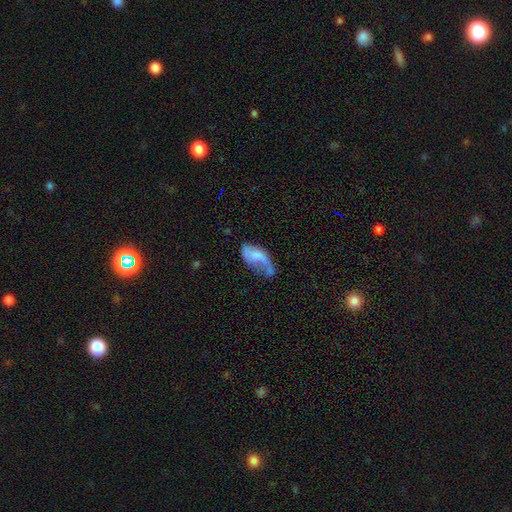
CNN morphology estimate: Smooth or featured? Predicted: featured or disk (p=0.47). Merging? Predicted: major disturbance (p=0.37).